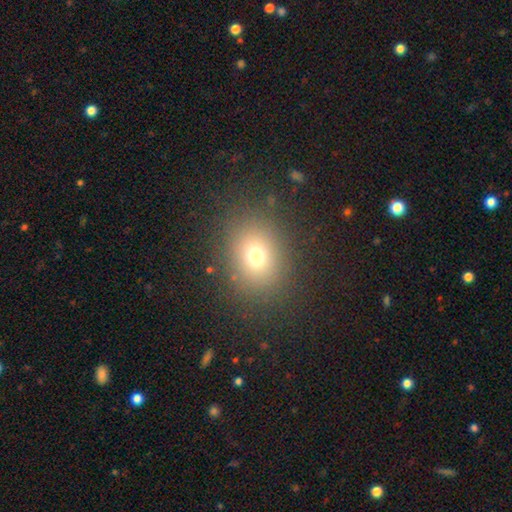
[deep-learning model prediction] Smooth or featured?
  - smooth: 72% *
  - star or artifact: 17%
  - featured or disk: 11%
How rounded?
  - round: 55% *
  - in between: 44%
  - cigar-shaped: 1%
Merging?
  - none: 85% *
  - minor disturbance: 9%
  - major disturbance: 5%
  - merger: 1%